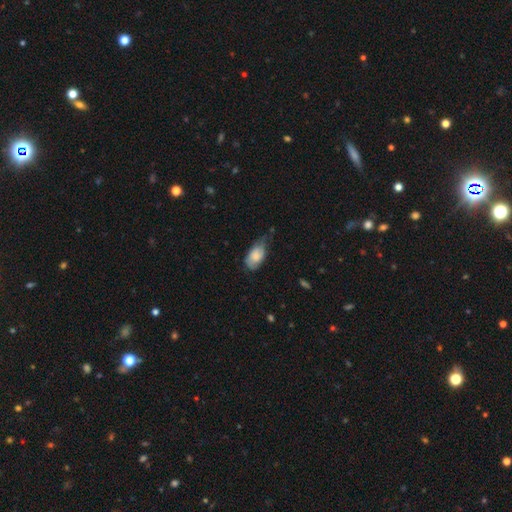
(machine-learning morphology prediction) Overall: smooth (70%). How rounded: in between (91%). Merging: minor disturbance (45%; none 34%).